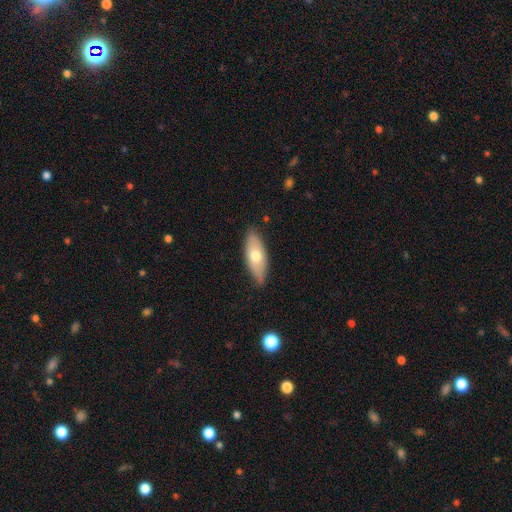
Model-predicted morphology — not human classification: smooth_or_featured: smooth (p=0.63) [alt: featured or disk p=0.31]
how_rounded: in between (p=0.76) [alt: cigar-shaped p=0.21]
merging: none (p=0.81) [alt: minor disturbance p=0.15]